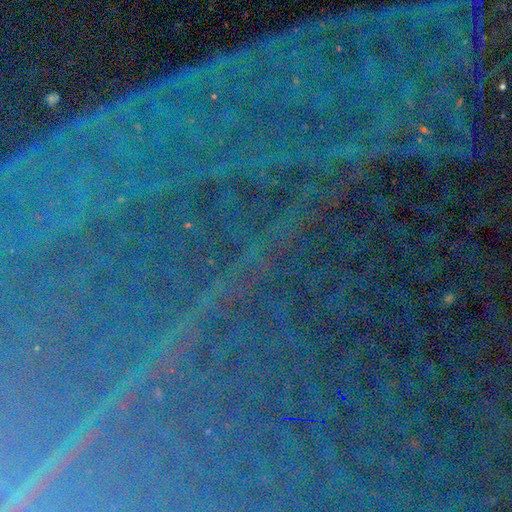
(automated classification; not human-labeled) A star or artifact, not a galaxy (88%).

Vote fractions:
- Smooth or featured? star or artifact: 88% / featured or disk: 6% / smooth: 6%